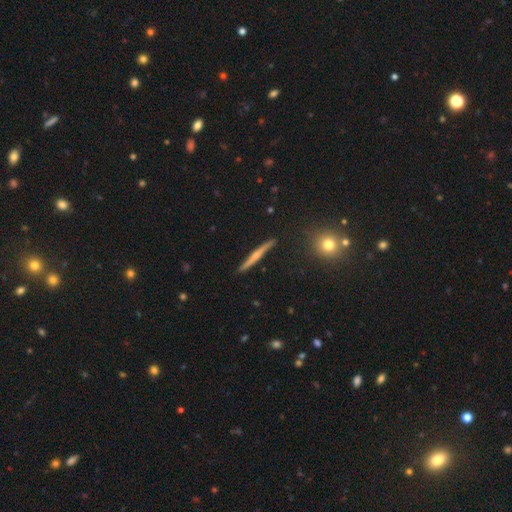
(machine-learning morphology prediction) smooth_or_featured: featured or disk (p=0.61) [alt: smooth p=0.33]
disk_edge_on: yes (p=0.97) [alt: no p=0.03]
edge_on_bulge: rounded (p=0.57) [alt: none p=0.35]
merging: none (p=0.90) [alt: minor disturbance p=0.08]